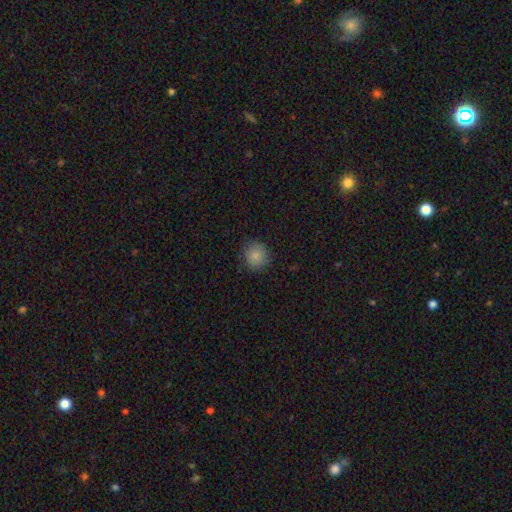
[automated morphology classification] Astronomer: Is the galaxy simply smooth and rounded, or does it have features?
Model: smooth — 85%.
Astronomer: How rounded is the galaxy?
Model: round — 90%.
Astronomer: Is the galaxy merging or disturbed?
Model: none — 88%.